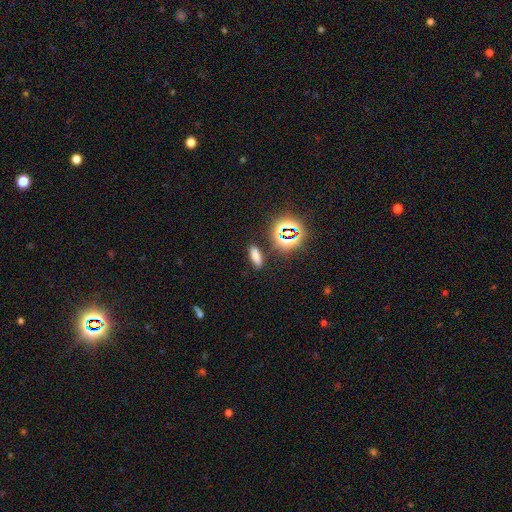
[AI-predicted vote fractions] Overall: smooth (68%). How rounded: in between (63%; cigar-shaped 29%). Merging: none (85%).